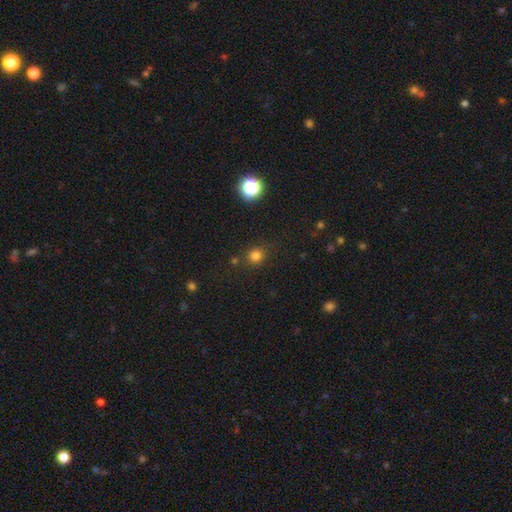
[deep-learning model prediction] Smooth or featured? smooth (78%)
How rounded? round (90%)
Merging? none (83%)